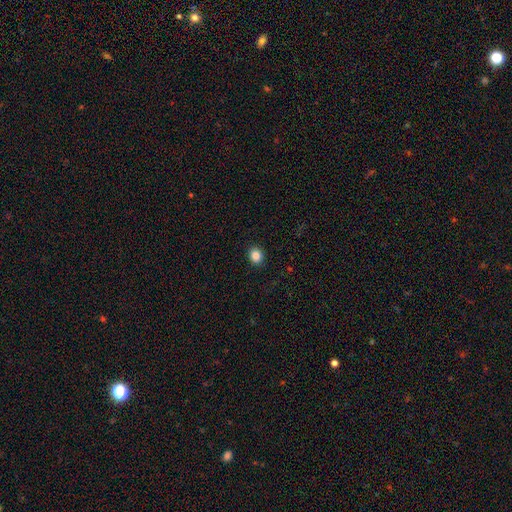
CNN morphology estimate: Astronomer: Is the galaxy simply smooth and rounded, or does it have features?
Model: smooth — 86%.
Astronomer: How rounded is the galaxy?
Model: round — 66%.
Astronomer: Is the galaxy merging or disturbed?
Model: none — 91%.